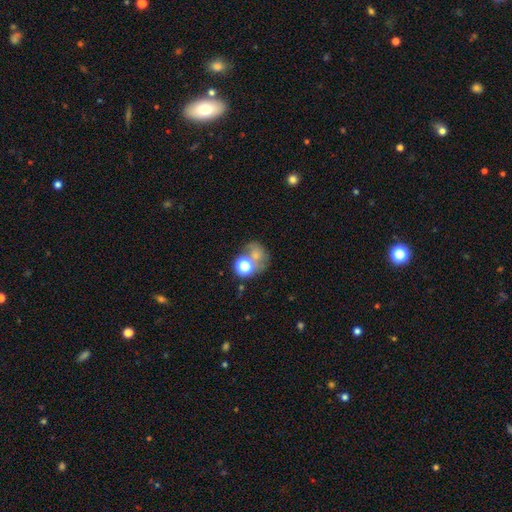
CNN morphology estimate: Overall: smooth (60%; star or artifact 22%). How rounded: round (65%; in between 34%). Merging: none (36%, tied with merger).